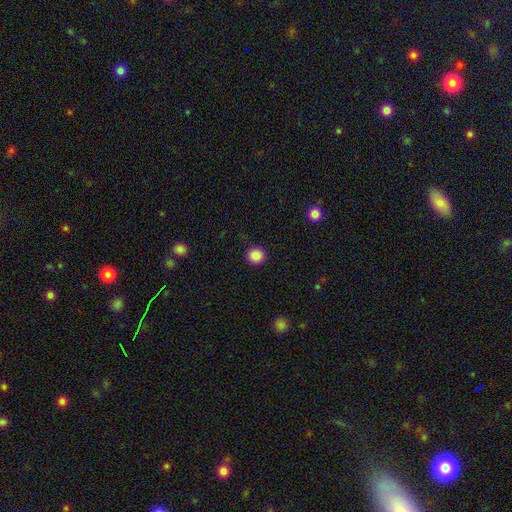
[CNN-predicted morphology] Q: Smooth or featured?
A: smooth (88%); runner-up: star or artifact (10%)
Q: How rounded?
A: round (93%); runner-up: in between (6%)
Q: Merging?
A: none (90%); runner-up: minor disturbance (6%)